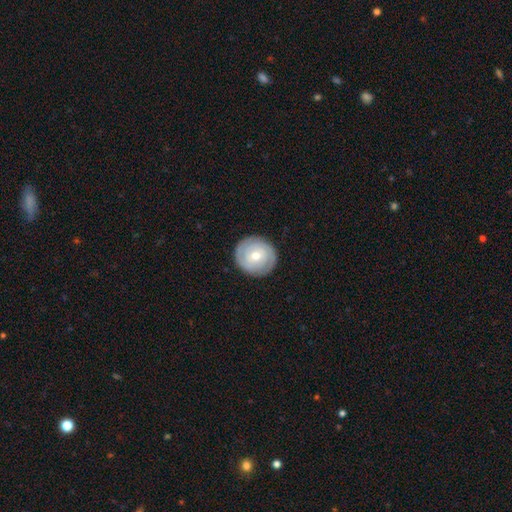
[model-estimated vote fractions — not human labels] Smooth or featured?
  - featured or disk: 67% *
  - smooth: 27%
  - star or artifact: 5%
Edge-on disk?
  - no: 97% *
  - yes: 3%
Bar?
  - no: 61% *
  - weak: 33%
  - strong: 7%
Spiral arms?
  - yes: 85% *
  - no: 15%
Spiral winding?
  - tight: 78% *
  - medium: 17%
  - loose: 4%
Spiral arm count?
  - 2: 42% *
  - can't tell: 30%
  - 3: 15%
  - 4: 5%
  - 1: 4%
  - more than 4: 4%
Bulge size?
  - moderate: 54% *
  - small: 42%
  - large: 2%
  - none: 1%
  - dominant: 1%
Merging?
  - none: 88% *
  - minor disturbance: 8%
  - major disturbance: 2%
  - merger: 1%